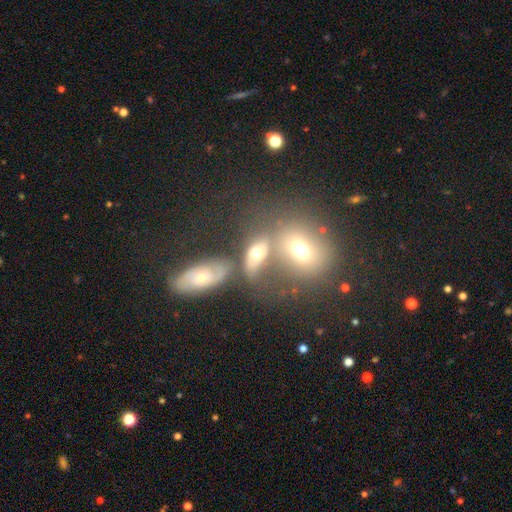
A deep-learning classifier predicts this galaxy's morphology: A star or artifact, not a galaxy (46%).

Vote fractions:
- Smooth or featured? star or artifact: 46% / smooth: 39% / featured or disk: 15%